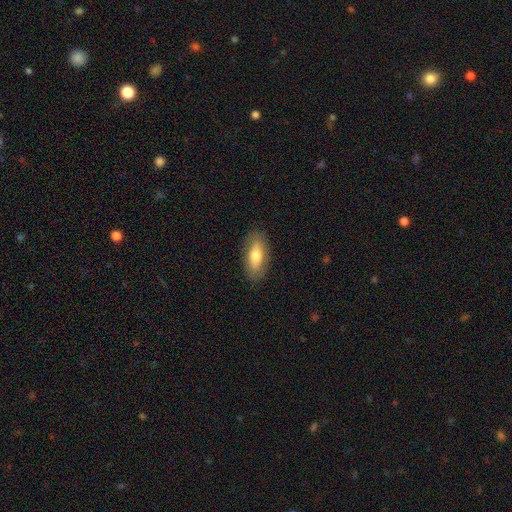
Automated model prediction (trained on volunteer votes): Smooth or featured?
  - smooth: 70% *
  - featured or disk: 24%
  - star or artifact: 6%
How rounded?
  - in between: 82% *
  - cigar-shaped: 15%
  - round: 3%
Merging?
  - none: 86% *
  - minor disturbance: 10%
  - major disturbance: 3%
  - merger: 1%